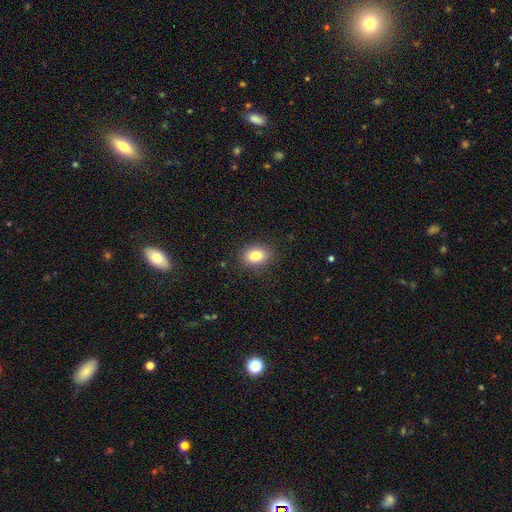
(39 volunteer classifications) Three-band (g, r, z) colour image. It shows a smooth galaxy with no disk features (77%) that is in between round and cigar-shaped (73%). Merging: none (94%).